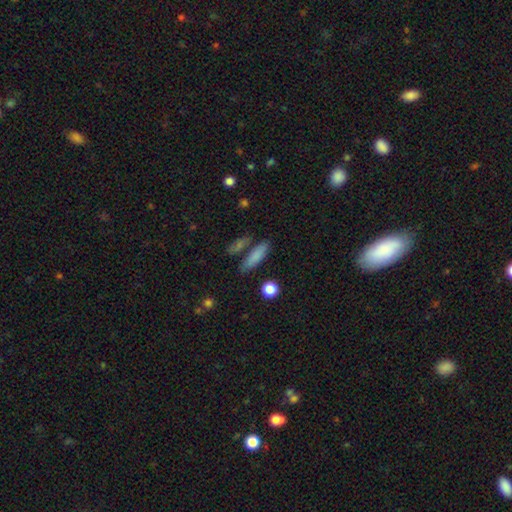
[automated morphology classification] type=smooth (80%); roundness=cigar-shaped (60%); merging=none (73%).